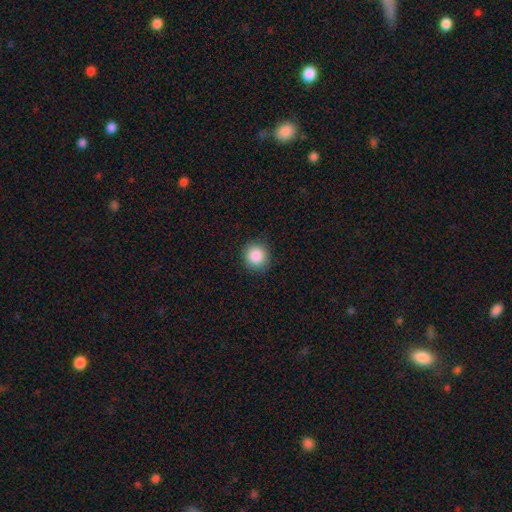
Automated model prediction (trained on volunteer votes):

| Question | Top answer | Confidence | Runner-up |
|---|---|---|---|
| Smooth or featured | smooth | 88% | star or artifact (9%) |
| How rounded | round | 90% | in between (9%) |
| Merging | none | 90% | minor disturbance (7%) |